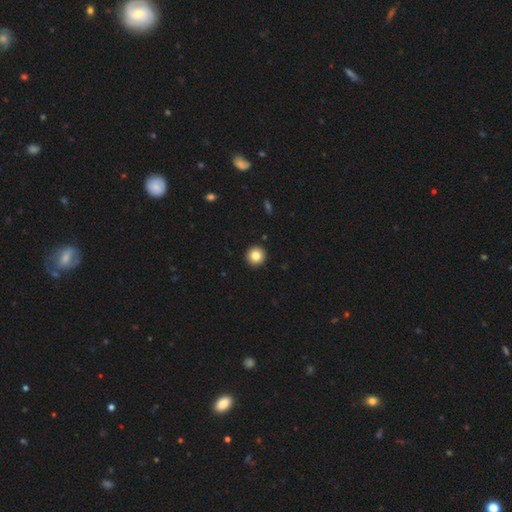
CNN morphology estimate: Smooth or featured?
  - smooth: 83% *
  - star or artifact: 10%
  - featured or disk: 7%
How rounded?
  - round: 95% *
  - in between: 4%
  - cigar-shaped: 1%
Merging?
  - none: 94% *
  - minor disturbance: 4%
  - major disturbance: 1%
  - merger: 1%